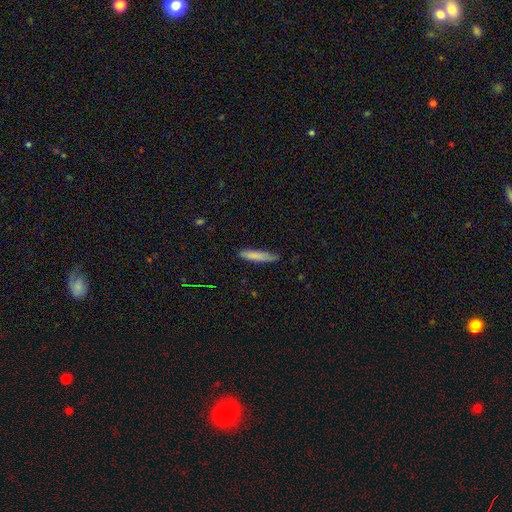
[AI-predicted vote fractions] Smooth or featured? smooth (81%)
How rounded? cigar-shaped (87%)
Merging? none (76%)